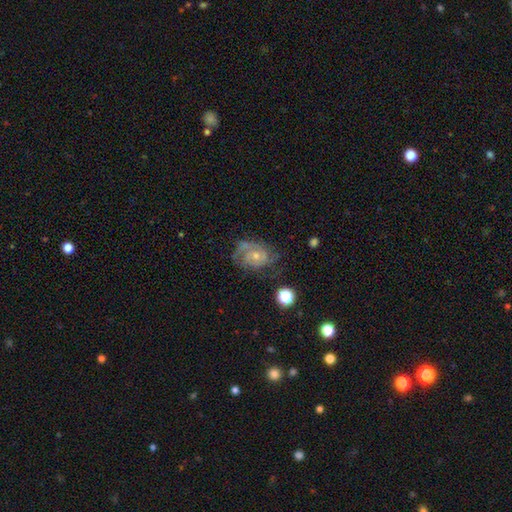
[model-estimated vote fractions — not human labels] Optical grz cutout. It shows a featured or disk galaxy (73%) with no bar (72%), 2 (38%) tight (50%) spiral arms (89%) and a small central bulge (59%). Merging: none (63%).